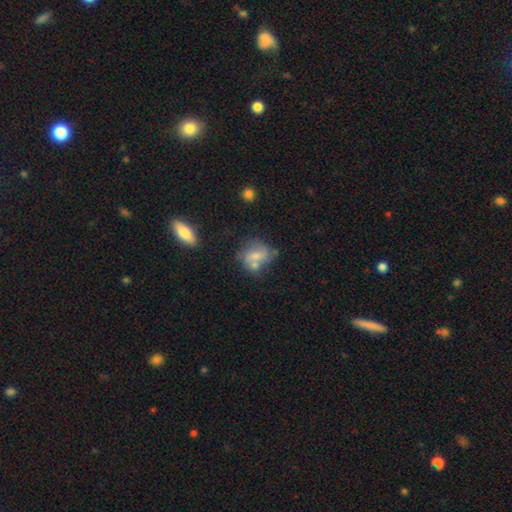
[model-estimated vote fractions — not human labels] smooth_or_featured: smooth (p=0.53) [alt: featured or disk p=0.35]
how_rounded: in between (p=0.59) [alt: round p=0.37]
merging: none (p=0.47) [alt: merger p=0.24]